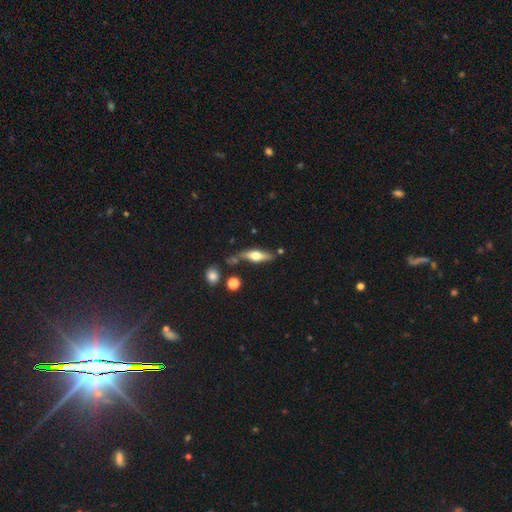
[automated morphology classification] Overall: featured or disk (53%; smooth 40%). Edge-on disk: yes (89%). Merging: none (72%).